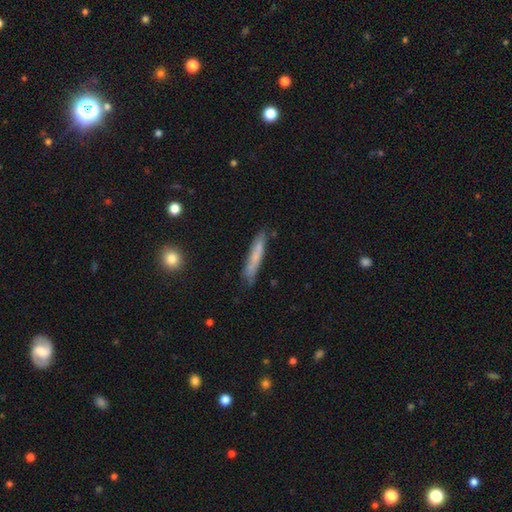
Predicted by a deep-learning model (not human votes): Smooth or featured? Predicted: smooth (p=0.65). How rounded? Predicted: cigar-shaped (p=0.92). Merging? Predicted: none (p=0.77).